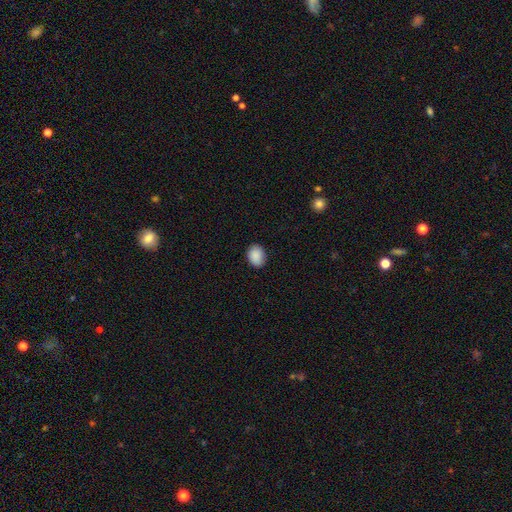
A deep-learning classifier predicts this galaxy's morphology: A smooth galaxy with no disk features (90%) that is in between round and cigar-shaped (68%).

Vote fractions:
- Smooth or featured? smooth: 90% / star or artifact: 7% / featured or disk: 3%
- How rounded? in between: 68% / round: 31% / cigar-shaped: 1%
- Merging? none: 86% / minor disturbance: 11% / major disturbance: 2% / merger: 1%